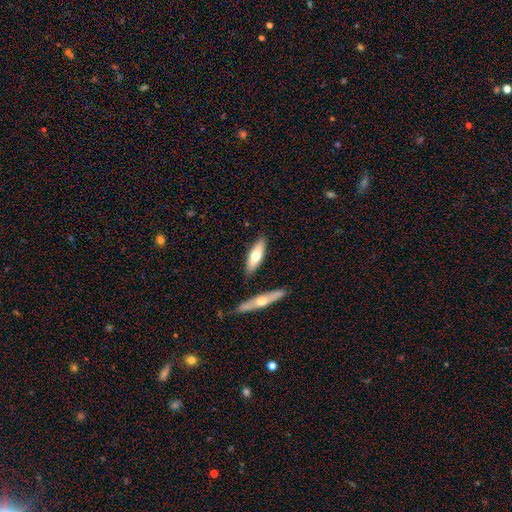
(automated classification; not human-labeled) Q: Smooth or featured?
A: smooth (59%); runner-up: featured or disk (36%)
Q: How rounded?
A: cigar-shaped (50%); runner-up: in between (48%)
Q: Merging?
A: none (82%); runner-up: minor disturbance (10%)